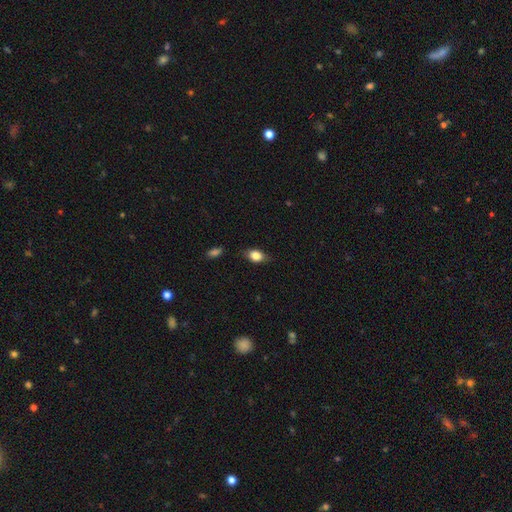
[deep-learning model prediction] A smooth galaxy with no disk features (79%) that is in between round and cigar-shaped (76%).

Vote fractions:
- Smooth or featured? smooth: 79% / featured or disk: 12% / star or artifact: 8%
- How rounded? in between: 76% / round: 21% / cigar-shaped: 4%
- Merging? none: 74% / minor disturbance: 20% / major disturbance: 4% / merger: 2%